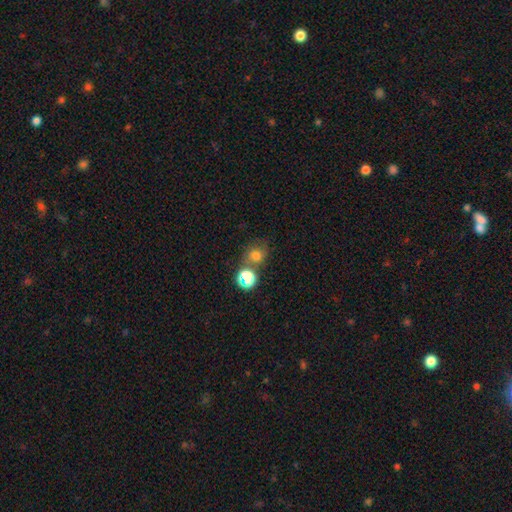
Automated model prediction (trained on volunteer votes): Morphology: type=smooth (67%); roundness=round (74%); merging=none (58%).